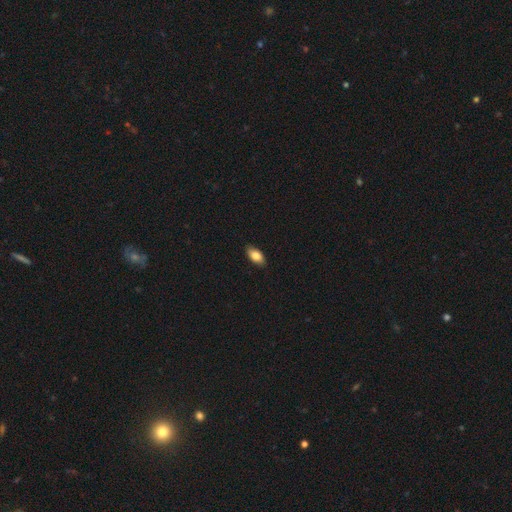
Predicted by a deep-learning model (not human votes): The model was most divided on "smooth or featured": smooth: 85%, featured or disk: 9%, star or artifact: 7%. More confident: how rounded — in between (92%); merging — none (88%).